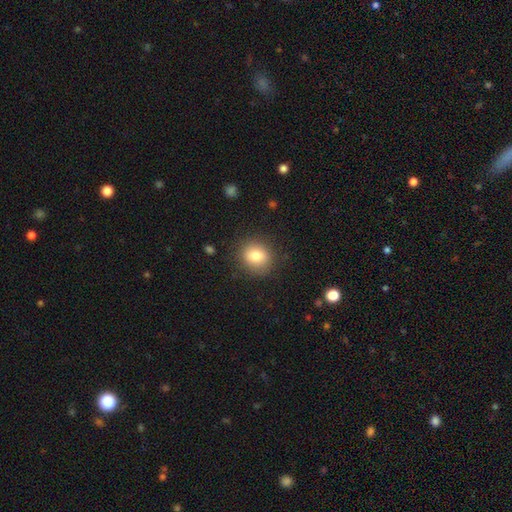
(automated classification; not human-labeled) Smooth or featured: smooth — 80% (star or artifact — 10%)
How rounded: round — 81% (in between — 18%)
Merging: none — 86% (minor disturbance — 9%)